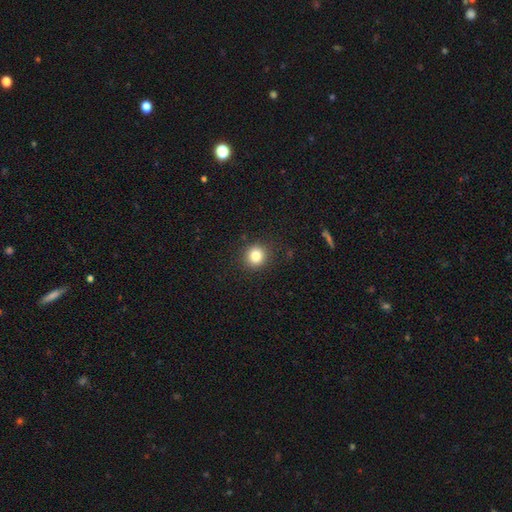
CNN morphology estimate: smooth_or_featured: smooth (p=0.83) [alt: star or artifact p=0.11]
how_rounded: round (p=0.91) [alt: in between p=0.08]
merging: none (p=0.90) [alt: minor disturbance p=0.06]